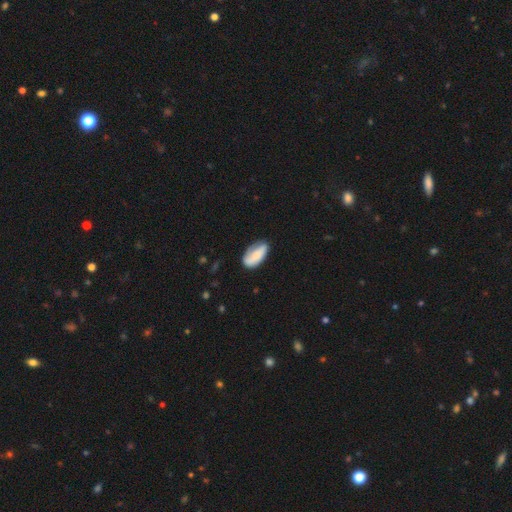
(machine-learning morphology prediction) Smooth or featured? smooth (76%)
How rounded? in between (90%)
Merging? none (61%)